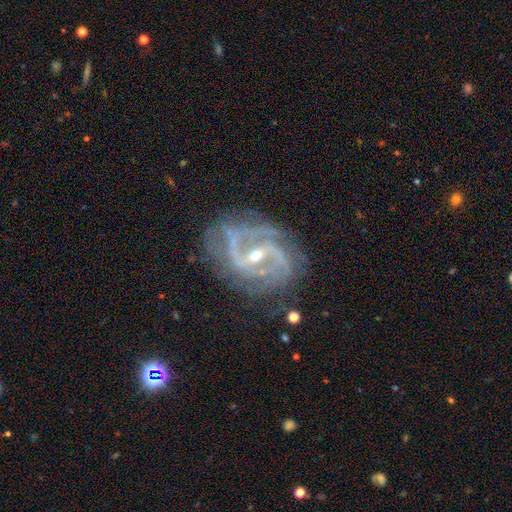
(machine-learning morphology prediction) The model was most divided on "bar": strong: 45%, weak: 35%, no: 19%. More confident: spiral arms — yes (98%); edge-on disk — no (97%); smooth or featured — featured or disk (91%); merging — none (68%); spiral arm count — 2 (64%); bulge size — small (61%); spiral winding — medium (51%).